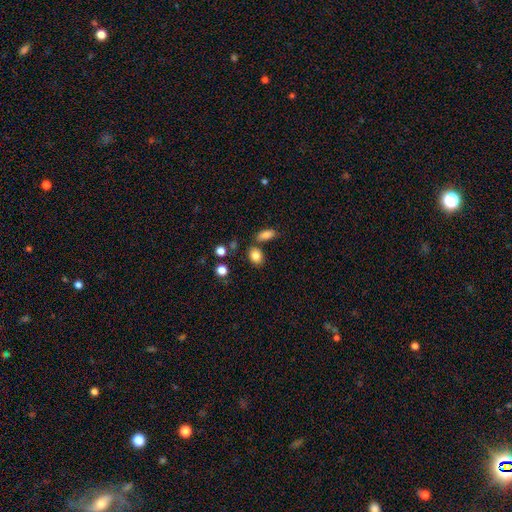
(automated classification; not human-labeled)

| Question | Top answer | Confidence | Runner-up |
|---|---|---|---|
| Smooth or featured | smooth | 84% | star or artifact (10%) |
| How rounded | in between | 64% | round (34%) |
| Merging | none | 69% | merger (14%) |